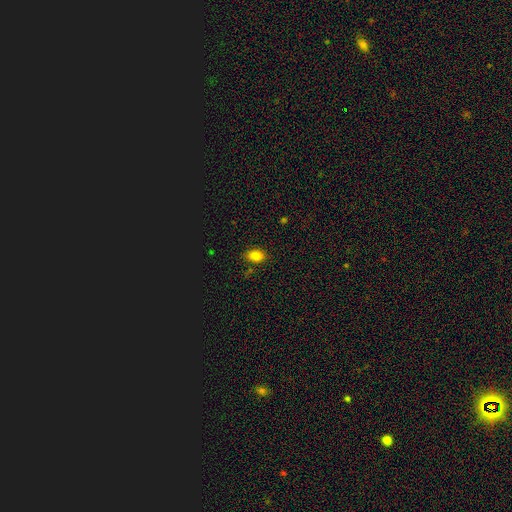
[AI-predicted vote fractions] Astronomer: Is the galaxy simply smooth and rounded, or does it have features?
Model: smooth — 83%.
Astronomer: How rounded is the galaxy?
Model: in between — 75%.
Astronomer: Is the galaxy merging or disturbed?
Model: none — 83%.